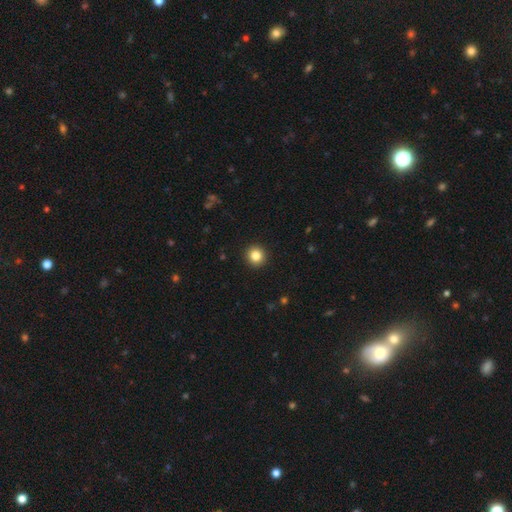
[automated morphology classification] smooth-or-featured: smooth: 85% | star or artifact: 11% | featured or disk: 5%
  how-rounded: round: 94% | in between: 5% | cigar-shaped: 1%
  merging: none: 93% | minor disturbance: 4% | major disturbance: 2% | merger: 1%